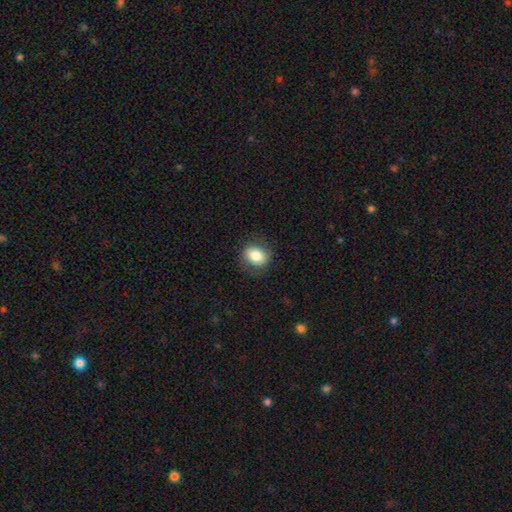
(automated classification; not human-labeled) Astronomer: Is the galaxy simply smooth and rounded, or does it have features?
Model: smooth — 78%.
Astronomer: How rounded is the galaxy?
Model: in between — 52% (runner-up: round, 47%).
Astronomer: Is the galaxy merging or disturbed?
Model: none — 82%.